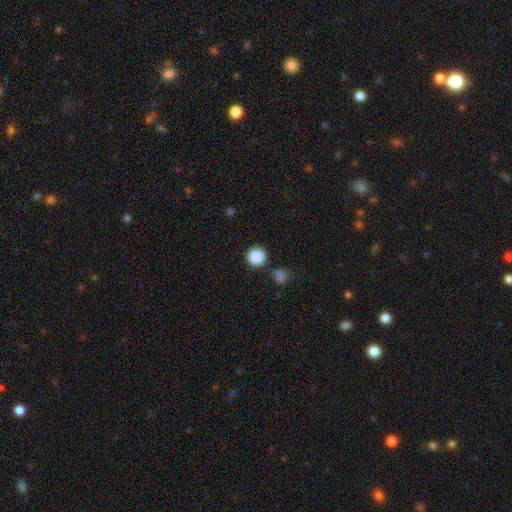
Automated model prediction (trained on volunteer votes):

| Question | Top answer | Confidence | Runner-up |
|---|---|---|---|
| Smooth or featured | smooth | 87% | star or artifact (10%) |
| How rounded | round | 95% | in between (4%) |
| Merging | none | 84% | minor disturbance (8%) |